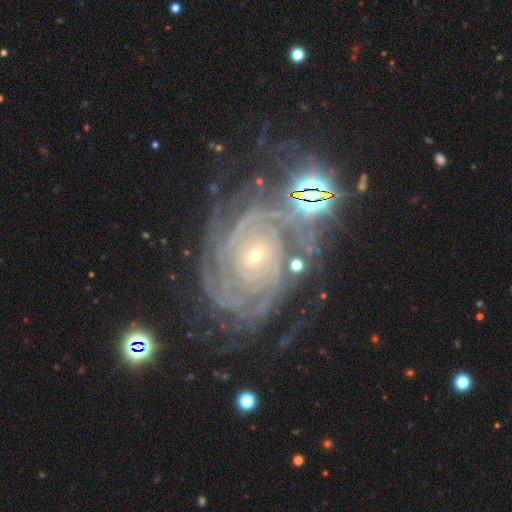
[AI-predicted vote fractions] Smooth or featured?
  - featured or disk: 90% *
  - star or artifact: 7%
  - smooth: 4%
Edge-on disk?
  - no: 97% *
  - yes: 3%
Bar?
  - no: 68% *
  - weak: 22%
  - strong: 10%
Spiral arms?
  - yes: 98% *
  - no: 2%
Spiral winding?
  - tight: 81% *
  - medium: 16%
  - loose: 3%
Spiral arm count?
  - can't tell: 23% *
  - 4: 22%
  - more than 4: 21%
  - 3: 15%
  - 2: 12%
  - 1: 7%
Bulge size?
  - small: 80% *
  - moderate: 17%
  - large: 1%
  - none: 1%
  - dominant: 1%
Merging?
  - none: 64% *
  - minor disturbance: 19%
  - major disturbance: 11%
  - merger: 6%